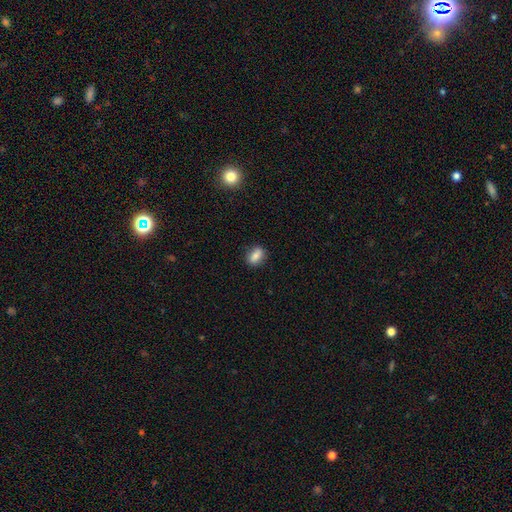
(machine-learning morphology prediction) Smooth or featured?
  - smooth: 82% *
  - featured or disk: 10%
  - star or artifact: 9%
How rounded?
  - in between: 75% *
  - round: 19%
  - cigar-shaped: 6%
Merging?
  - none: 85% *
  - minor disturbance: 11%
  - major disturbance: 3%
  - merger: 1%